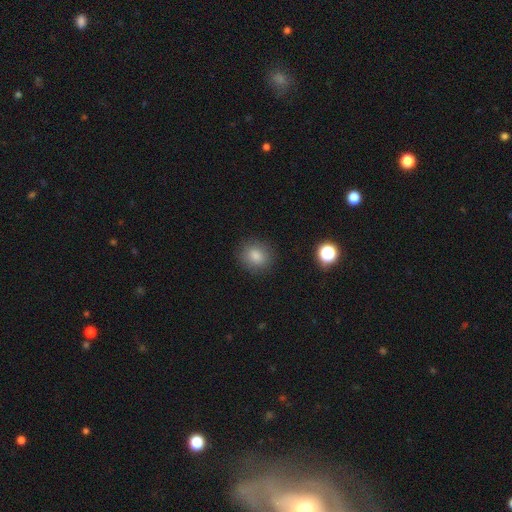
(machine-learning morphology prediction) type=smooth (84%); roundness=round (72%); merging=none (87%).